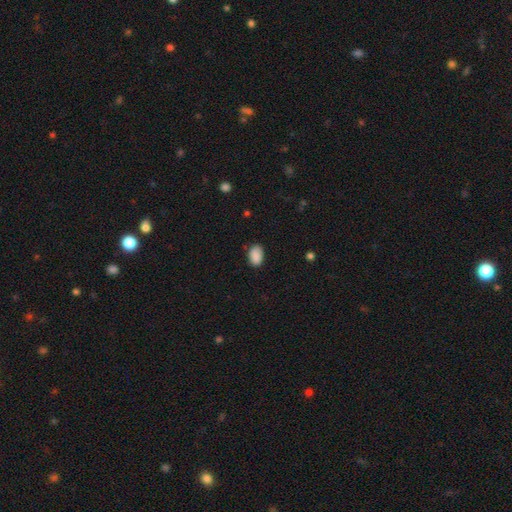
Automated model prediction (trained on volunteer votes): Morphology: type=smooth (89%); roundness=in between (89%); merging=none (84%).